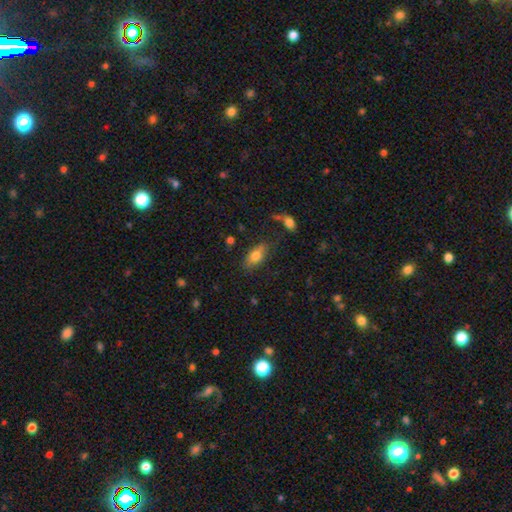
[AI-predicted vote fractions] Smooth or featured?
  - smooth: 75% *
  - featured or disk: 17%
  - star or artifact: 8%
How rounded?
  - in between: 85% *
  - cigar-shaped: 10%
  - round: 5%
Merging?
  - none: 73% *
  - minor disturbance: 17%
  - major disturbance: 5%
  - merger: 4%